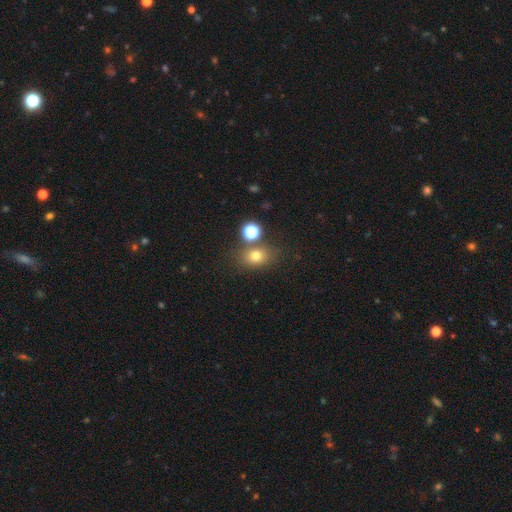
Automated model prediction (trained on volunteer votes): This is likely a smooth galaxy (73%). How rounded: possibly round (50%). Merging: likely none (70%).